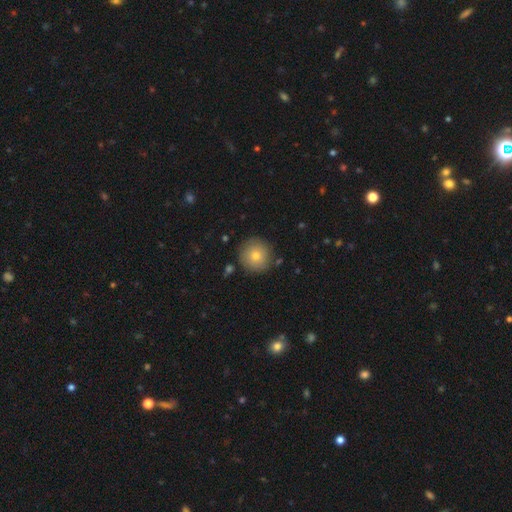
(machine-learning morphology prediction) This appears to be a smooth galaxy with no disk features (78%) that is round (95%). Merging: none (87%).